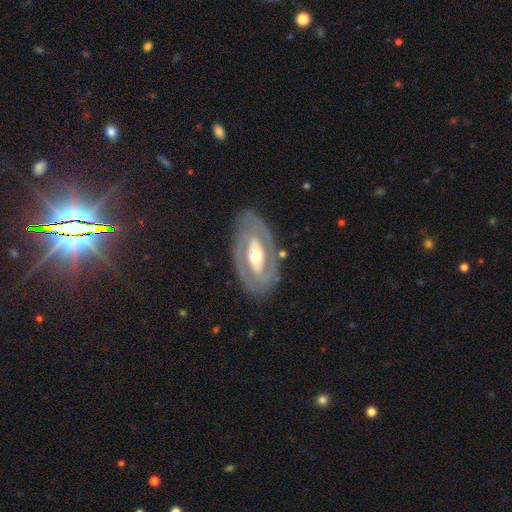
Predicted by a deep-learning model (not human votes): smooth-or-featured: featured or disk: 79% | smooth: 17% | star or artifact: 4%
  disk-edge-on: no: 92% | yes: 8%
    bar: no: 37% | strong: 34% | weak: 29%
    has-spiral-arms: yes: 61% | no: 39%
    bulge-size: moderate: 66% | small: 16% | large: 15% | dominant: 1% | none: 1%
  merging: none: 80% | minor disturbance: 13% | major disturbance: 5% | merger: 2%